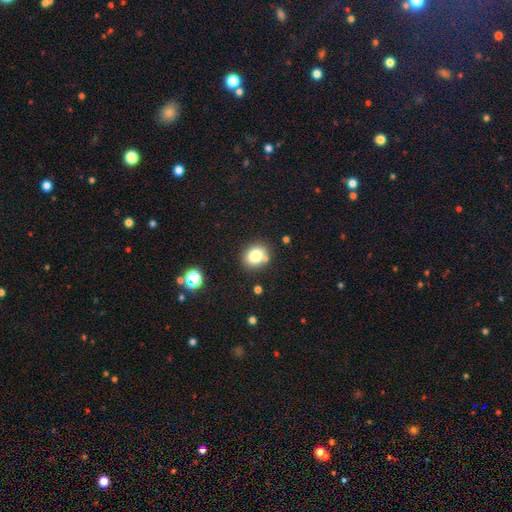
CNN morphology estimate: This appears to be a smooth galaxy with no disk features (79%) that is round (64%). Merging: none (77%).